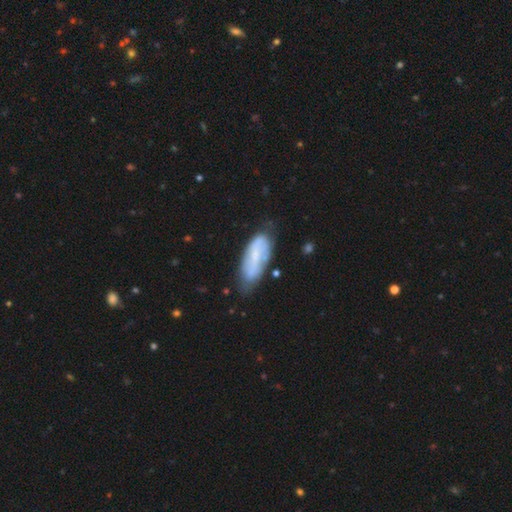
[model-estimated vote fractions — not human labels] featured or disk 52%, smooth 41%, star or artifact 7%. Down the decision tree: edge-on disk — no (87%); merging — none (63%).